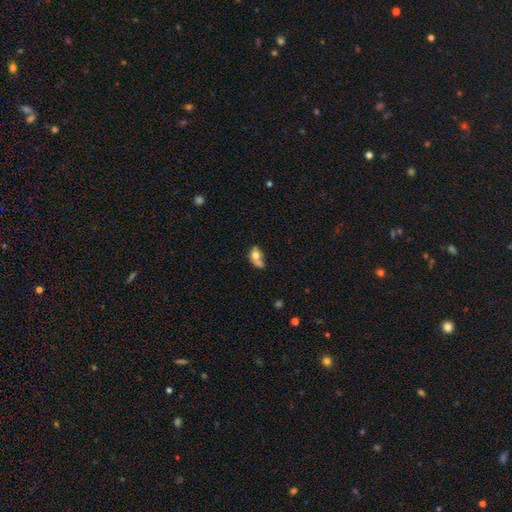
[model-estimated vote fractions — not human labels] Smooth or featured: smooth — 68% (featured or disk — 22%)
How rounded: in between — 59% (round — 38%)
Merging: merger — 49% (none — 23%)